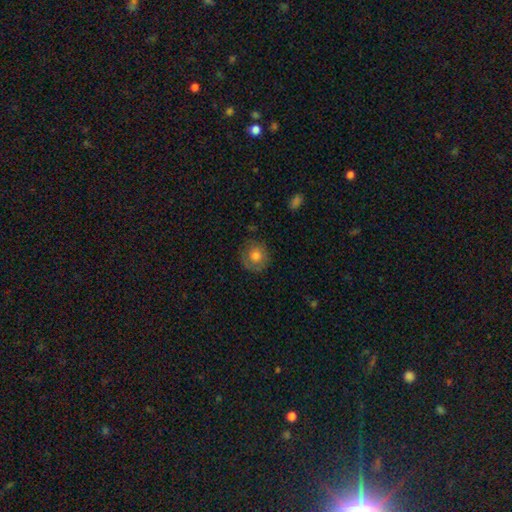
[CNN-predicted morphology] smooth_or_featured: smooth (p=0.71) [alt: featured or disk p=0.21]
how_rounded: round (p=0.88) [alt: in between p=0.11]
merging: none (p=0.78) [alt: minor disturbance p=0.15]